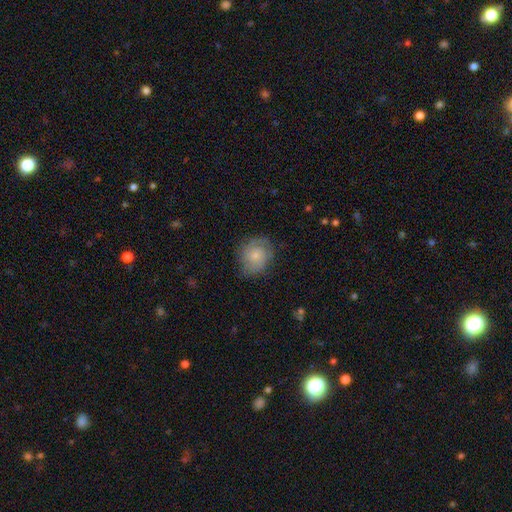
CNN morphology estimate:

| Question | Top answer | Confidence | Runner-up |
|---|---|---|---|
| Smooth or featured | smooth | 55% | featured or disk (37%) |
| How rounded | round | 69% | in between (30%) |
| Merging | none | 66% | minor disturbance (25%) |